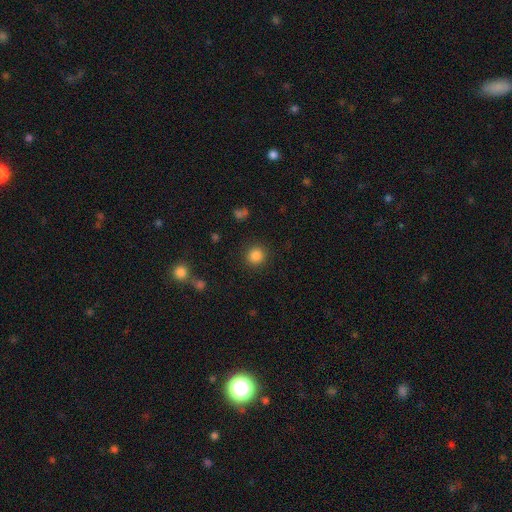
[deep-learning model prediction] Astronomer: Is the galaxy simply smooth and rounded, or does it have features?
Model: smooth — 84%.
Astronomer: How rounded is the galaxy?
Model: round — 92%.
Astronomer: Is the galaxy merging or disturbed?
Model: none — 90%.